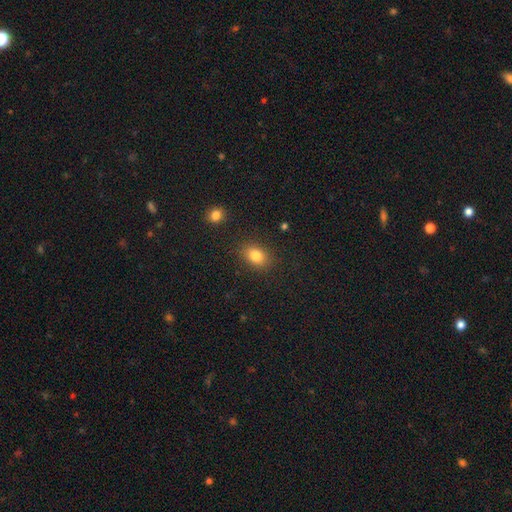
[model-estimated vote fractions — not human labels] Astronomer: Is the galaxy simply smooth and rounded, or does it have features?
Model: smooth — 83%.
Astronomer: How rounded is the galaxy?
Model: in between — 70%.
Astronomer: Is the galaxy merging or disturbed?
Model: none — 86%.